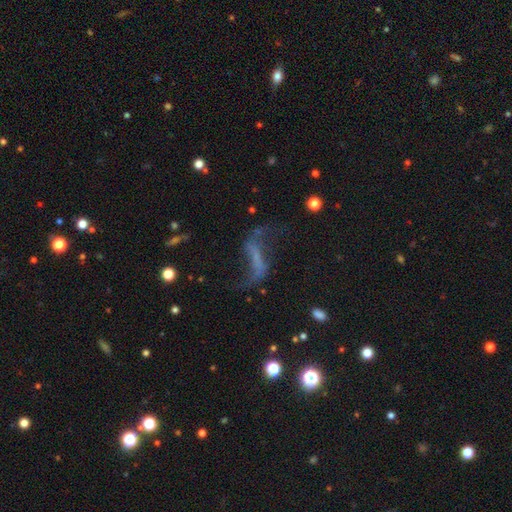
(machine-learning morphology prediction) A featured or disk galaxy (64%) with a strong bar (42%), spiral arms (76%) and no central bulge (68%).

Vote fractions:
- Smooth or featured? featured or disk: 64% / smooth: 19% / star or artifact: 17%
- Edge-on disk? no: 89% / yes: 11%
- Bar? strong: 42% / weak: 30% / no: 28%
- Spiral arms? yes: 76% / no: 24%
- Bulge size? none: 68% / small: 21% / moderate: 8% / large: 3% / dominant: 2%
- Merging? none: 54% / major disturbance: 24% / minor disturbance: 17% / merger: 5%